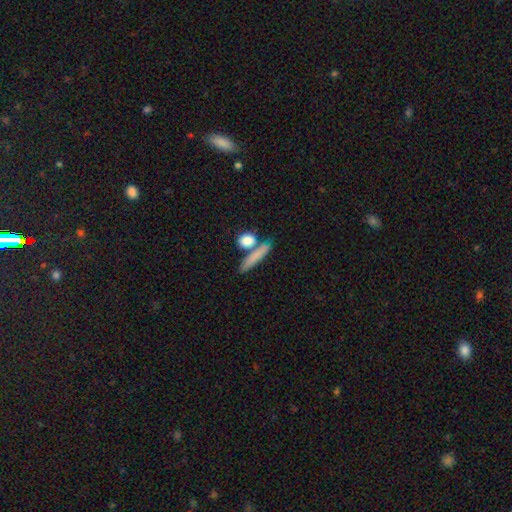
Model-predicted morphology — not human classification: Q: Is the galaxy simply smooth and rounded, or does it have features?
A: smooth — 77%.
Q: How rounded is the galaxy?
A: cigar-shaped — 62%.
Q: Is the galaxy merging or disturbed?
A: none — 66%.